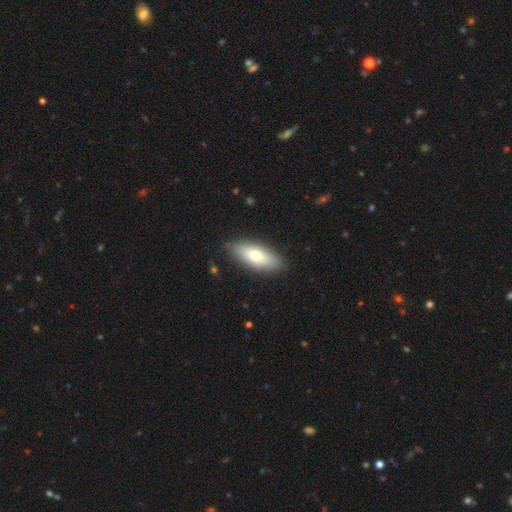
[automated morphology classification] A smooth galaxy with no disk features (71%) that is in between round and cigar-shaped (77%).

Vote fractions:
- Smooth or featured? smooth: 71% / featured or disk: 23% / star or artifact: 6%
- How rounded? in between: 77% / cigar-shaped: 21% / round: 3%
- Merging? none: 85% / minor disturbance: 11% / major disturbance: 3% / merger: 1%